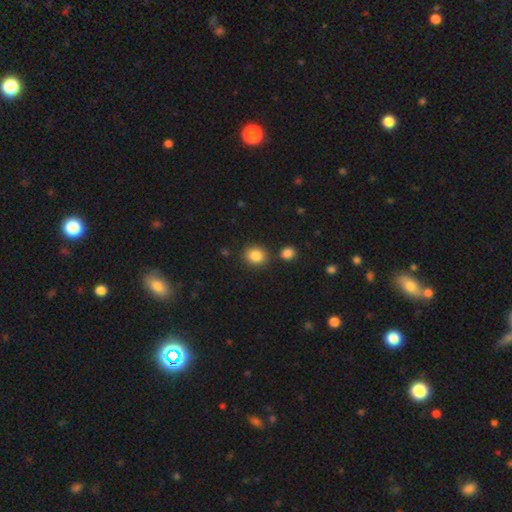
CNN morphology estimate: A smooth galaxy with no disk features (85%) that is round (73%).

Vote fractions:
- Smooth or featured? smooth: 85% / star or artifact: 10% / featured or disk: 5%
- How rounded? round: 73% / in between: 26% / cigar-shaped: 1%
- Merging? none: 83% / minor disturbance: 8% / merger: 6% / major disturbance: 2%